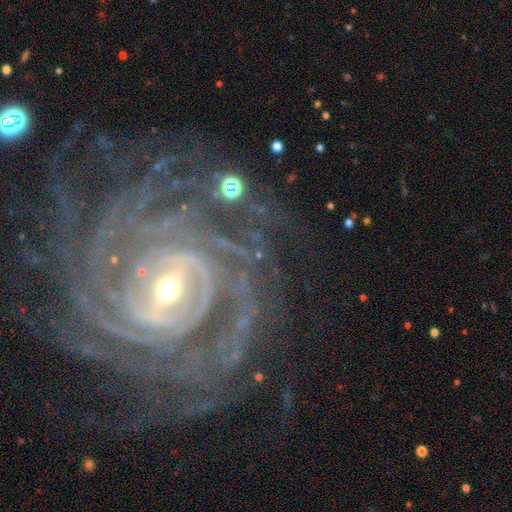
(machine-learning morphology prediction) featured or disk 89%, star or artifact 7%, smooth 4%. Down the decision tree: edge-on disk — no (97%); bar — strong (48%); spiral arms — yes (98%); spiral arm count — more than 4 (26%); spiral winding — tight (76%); bulge size — small (51%); merging — none (71%).